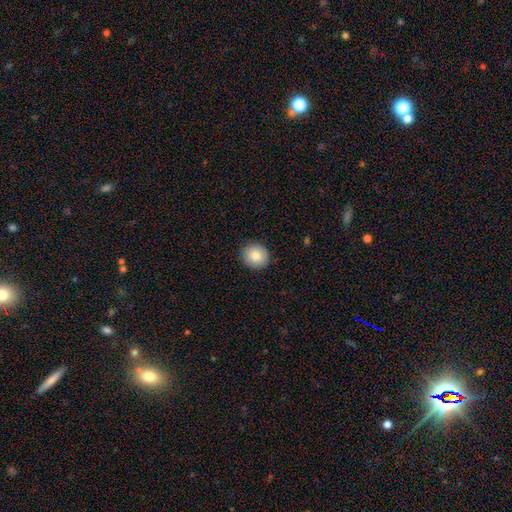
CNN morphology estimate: smooth_or_featured: smooth (p=0.84) [alt: featured or disk p=0.08]
how_rounded: round (p=0.89) [alt: in between p=0.10]
merging: none (p=0.91) [alt: minor disturbance p=0.07]